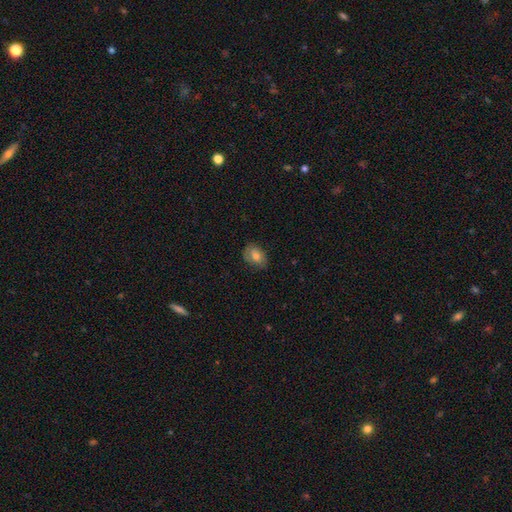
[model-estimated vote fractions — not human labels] Smooth or featured: smooth — 66% (featured or disk — 26%)
How rounded: in between — 78% (round — 21%)
Merging: none — 74% (minor disturbance — 20%)